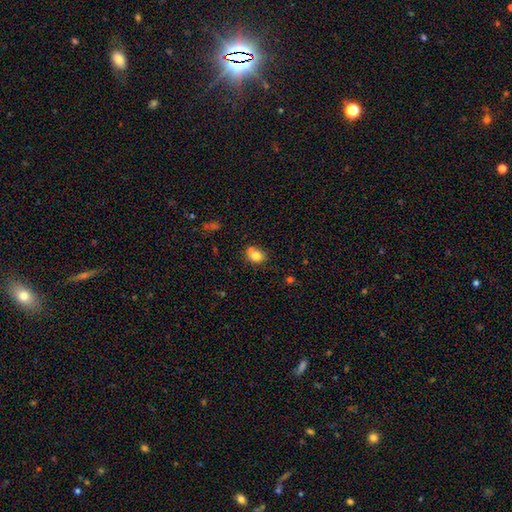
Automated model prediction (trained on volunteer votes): This is likely a smooth galaxy (78%). How rounded: possibly round (57%). Merging: possibly none (53%).